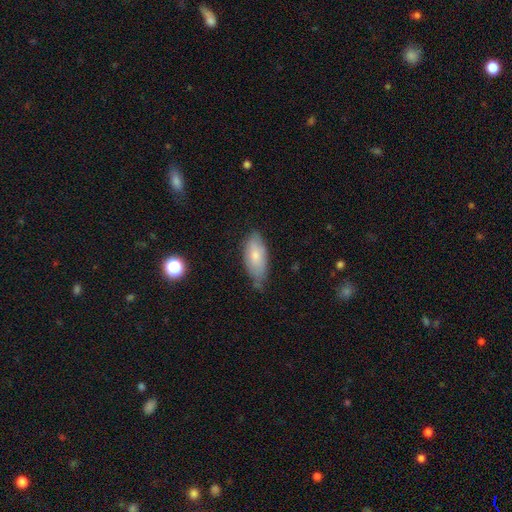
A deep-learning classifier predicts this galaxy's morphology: Smooth or featured: smooth — 72% (featured or disk — 22%)
How rounded: in between — 86% (cigar-shaped — 11%)
Merging: none — 61% (minor disturbance — 31%)